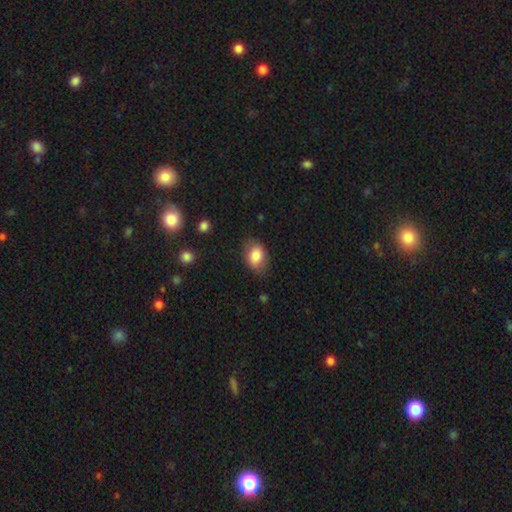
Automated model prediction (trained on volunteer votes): smooth 83%, featured or disk 10%, star or artifact 8%. Down the decision tree: how rounded — in between (76%); merging — none (71%).